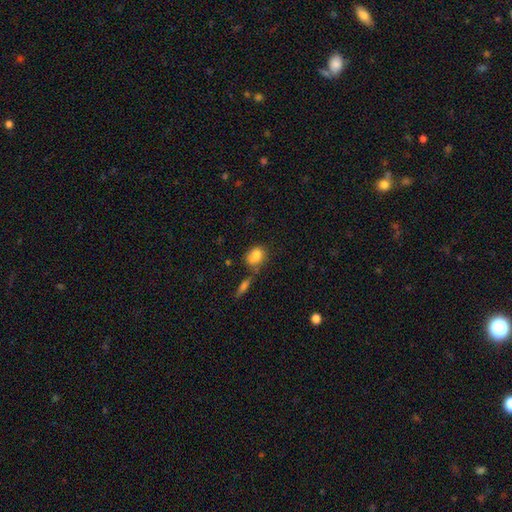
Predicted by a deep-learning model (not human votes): smooth_or_featured: smooth (p=0.82) [alt: featured or disk p=0.09]
how_rounded: in between (p=0.60) [alt: round p=0.38]
merging: none (p=0.52) [alt: minor disturbance p=0.23]